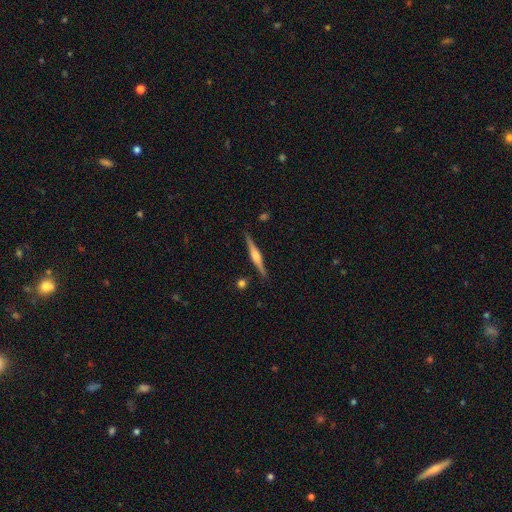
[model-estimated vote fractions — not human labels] Smooth or featured? featured or disk (77%)
Edge-on disk? yes (98%)
Edge-on bulge? rounded (81%)
Merging? none (90%)